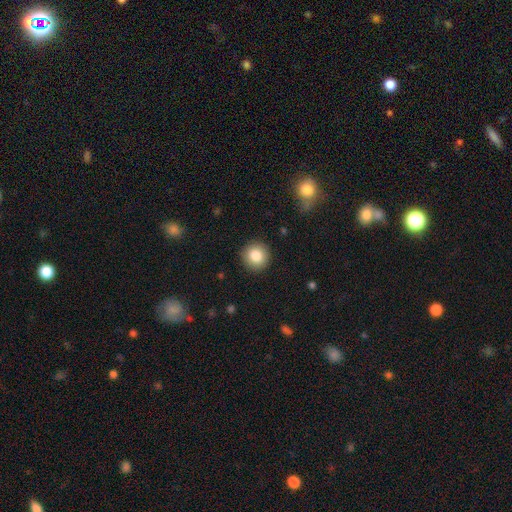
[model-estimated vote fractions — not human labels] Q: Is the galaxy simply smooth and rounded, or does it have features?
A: smooth — 84%.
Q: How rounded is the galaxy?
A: round — 94%.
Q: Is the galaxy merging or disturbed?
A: none — 91%.